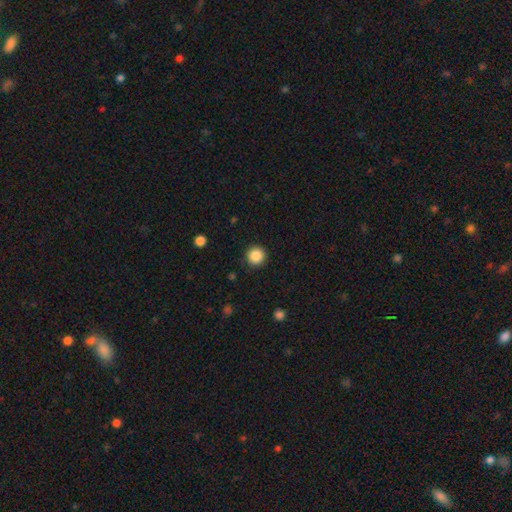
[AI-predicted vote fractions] Overall: smooth (87%). How rounded: round (96%). Merging: none (91%).